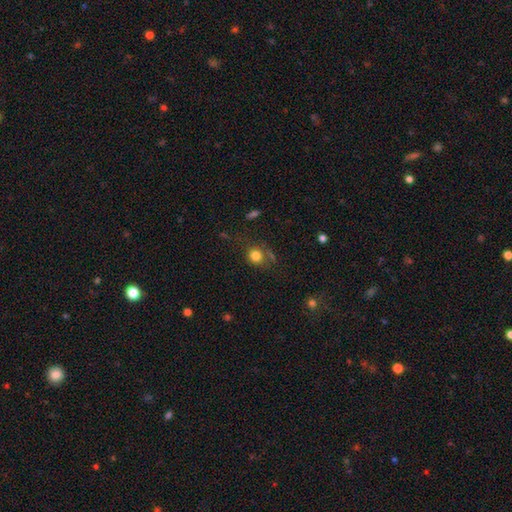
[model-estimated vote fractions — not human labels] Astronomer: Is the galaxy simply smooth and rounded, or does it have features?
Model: smooth — 80%.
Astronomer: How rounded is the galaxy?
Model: round — 80%.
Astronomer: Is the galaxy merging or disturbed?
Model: none — 65%.